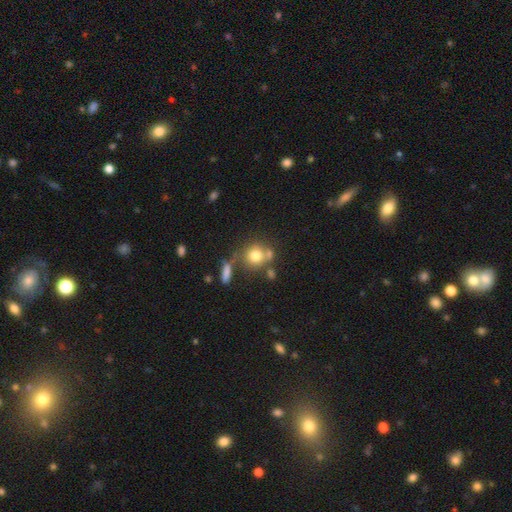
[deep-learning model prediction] Smooth or featured? smooth (75%)
How rounded? round (84%)
Merging? none (55%)